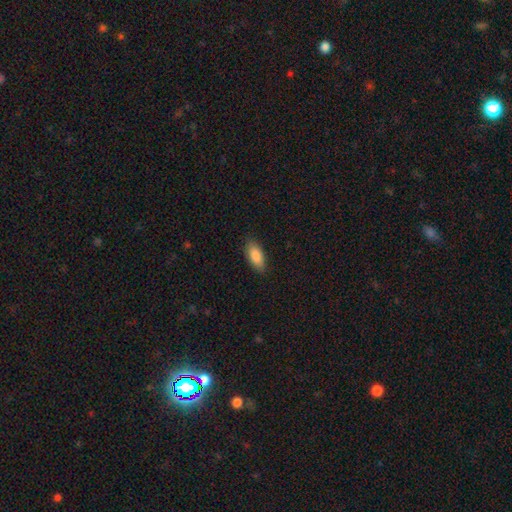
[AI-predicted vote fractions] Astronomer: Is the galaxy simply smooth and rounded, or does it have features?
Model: smooth — 87%.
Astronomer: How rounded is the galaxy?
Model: in between — 86%.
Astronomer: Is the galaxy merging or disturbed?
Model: none — 86%.